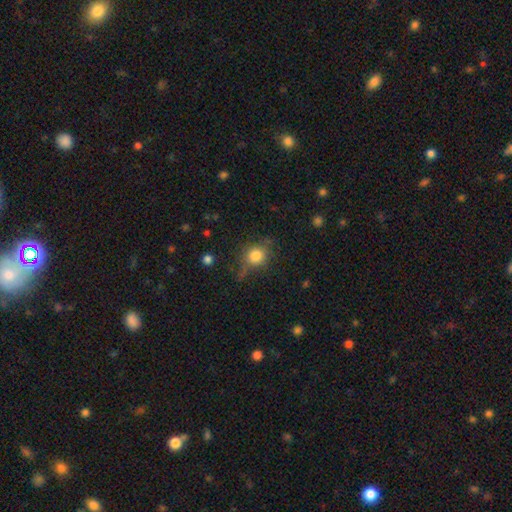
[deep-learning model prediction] smooth 78%, star or artifact 12%, featured or disk 10%. Down the decision tree: how rounded — round (80%); merging — none (66%).